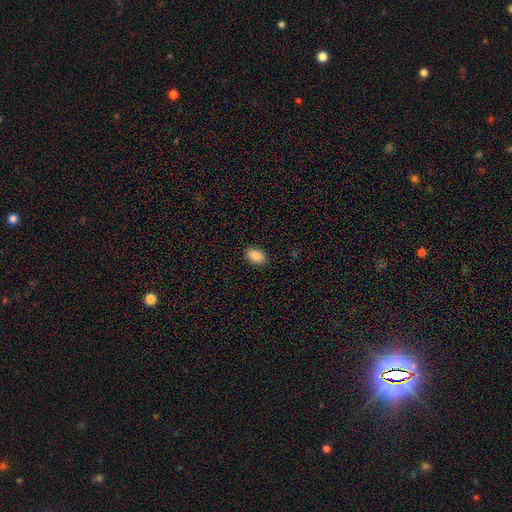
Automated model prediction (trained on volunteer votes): Smooth or featured?
  - smooth: 90% *
  - star or artifact: 7%
  - featured or disk: 3%
How rounded?
  - in between: 92% *
  - round: 6%
  - cigar-shaped: 1%
Merging?
  - none: 89% *
  - minor disturbance: 8%
  - major disturbance: 2%
  - merger: 1%